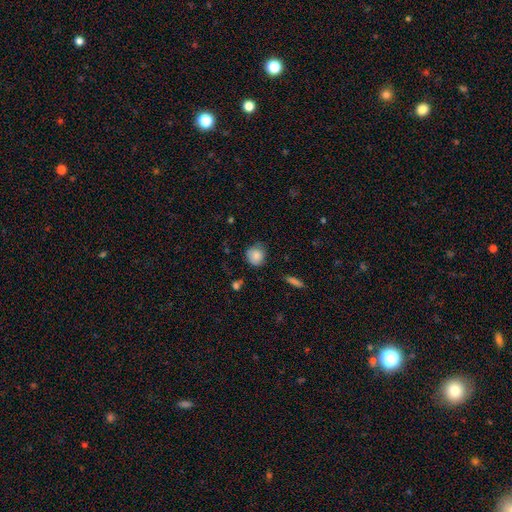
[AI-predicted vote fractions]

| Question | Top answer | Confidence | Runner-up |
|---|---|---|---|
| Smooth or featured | smooth | 84% | star or artifact (8%) |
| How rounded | round | 86% | in between (13%) |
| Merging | none | 70% | minor disturbance (24%) |